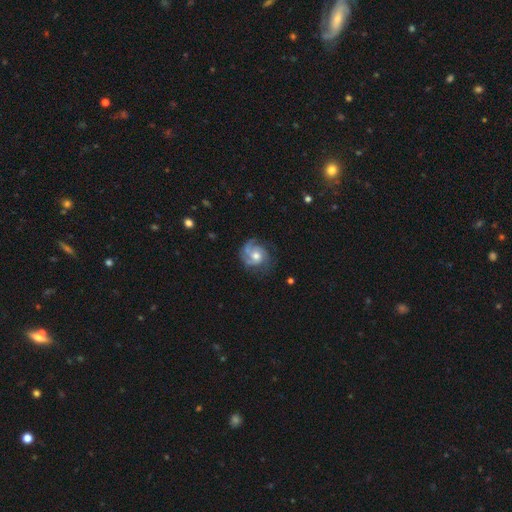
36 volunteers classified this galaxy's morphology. smooth-or-featured: featured or disk: 89% | smooth: 11% | star or artifact: 0%
  disk-edge-on: no: 97% | yes: 3%
    bar: no: 77% | weak: 23% | strong: 0%
    has-spiral-arms: yes: 100% | no: 0%
      spiral-winding: tight: 55% | medium: 32% | loose: 13%
      spiral-arm-count: 3: 61% | 2: 13% | 4: 13% | 1: 10% | can't tell: 3% | more than 4: 0%
    bulge-size: moderate: 58% | small: 23% | large: 19% | dominant: 0% | none: 0%
  merging: none: 67% | minor disturbance: 17% | major disturbance: 14% | merger: 3%